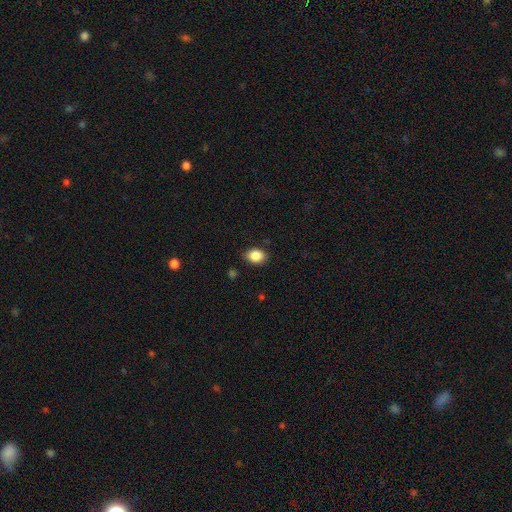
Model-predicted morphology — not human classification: A smooth galaxy with no disk features (88%) that is in between round and cigar-shaped (72%). Merging: none (83%).